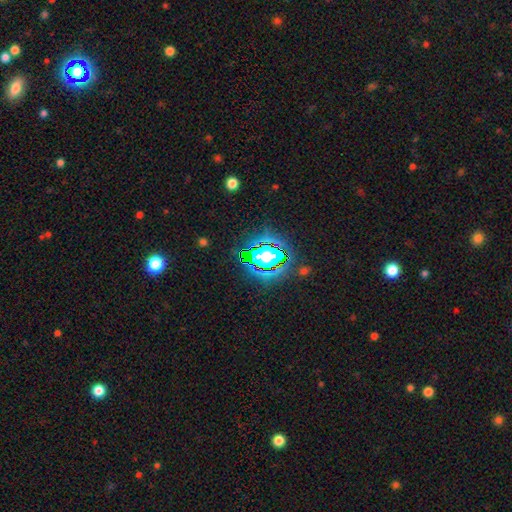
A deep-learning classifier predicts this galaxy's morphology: smooth_or_featured: star or artifact (p=0.80) [alt: smooth p=0.12]